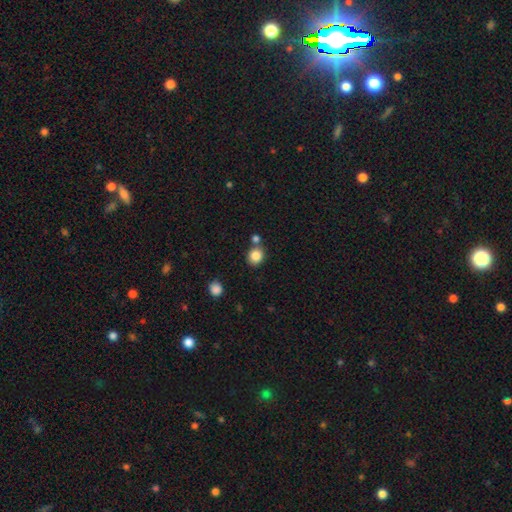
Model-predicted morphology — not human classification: Smooth or featured? Predicted: smooth (p=0.85). How rounded? Predicted: round (p=0.77). Merging? Predicted: none (p=0.70).